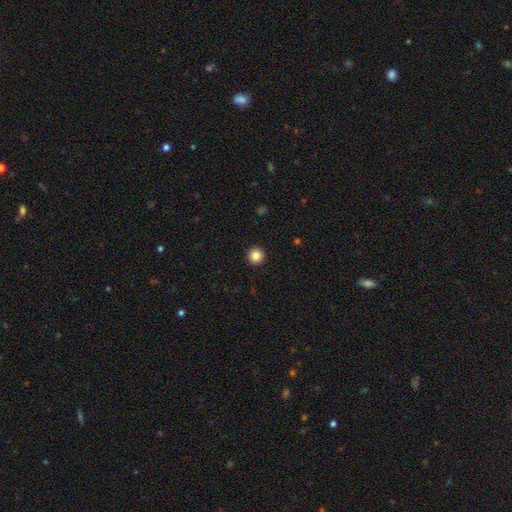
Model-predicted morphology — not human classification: A smooth galaxy with no disk features (86%) that is round (96%).

Vote fractions:
- Smooth or featured? smooth: 86% / star or artifact: 11% / featured or disk: 4%
- How rounded? round: 96% / in between: 3% / cigar-shaped: 1%
- Merging? none: 94% / minor disturbance: 4% / major disturbance: 1% / merger: 1%